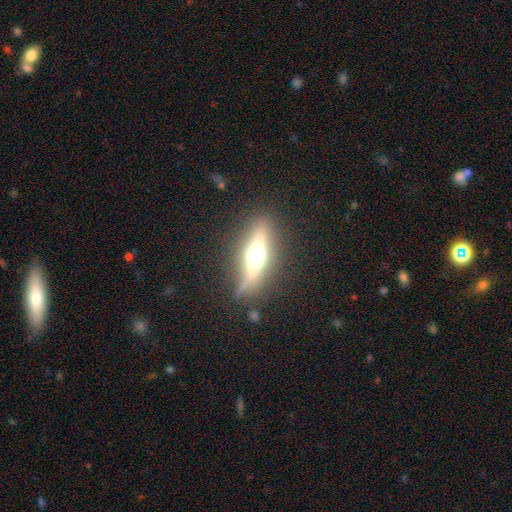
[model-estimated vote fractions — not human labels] Smooth or featured: featured or disk — 64% (smooth — 24%)
Edge-on disk: yes — 88% (no — 12%)
Edge-on bulge: rounded — 94% (boxy — 4%)
Merging: none — 82% (minor disturbance — 11%)